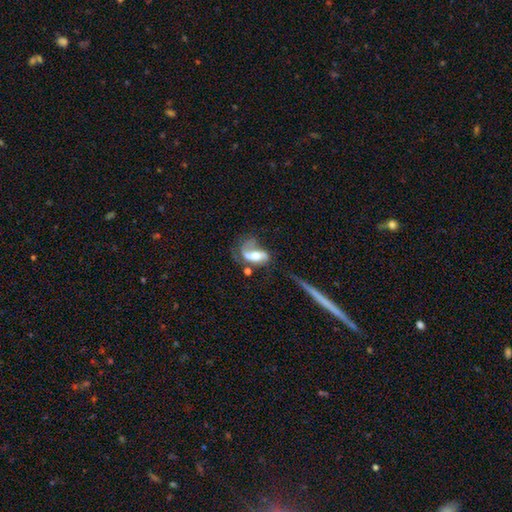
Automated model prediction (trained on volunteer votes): Smooth or featured? featured or disk (64%)
Edge-on disk? no (94%)
Bar? no (51%)
Spiral arms? yes (73%)
Bulge size? moderate (65%)
Merging? major disturbance (36%)